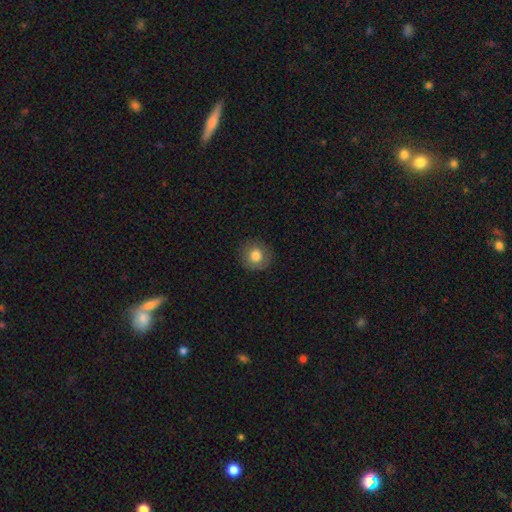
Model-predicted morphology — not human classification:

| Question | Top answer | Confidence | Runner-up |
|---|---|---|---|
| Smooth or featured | smooth | 77% | featured or disk (14%) |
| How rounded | round | 90% | in between (9%) |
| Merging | none | 85% | minor disturbance (11%) |